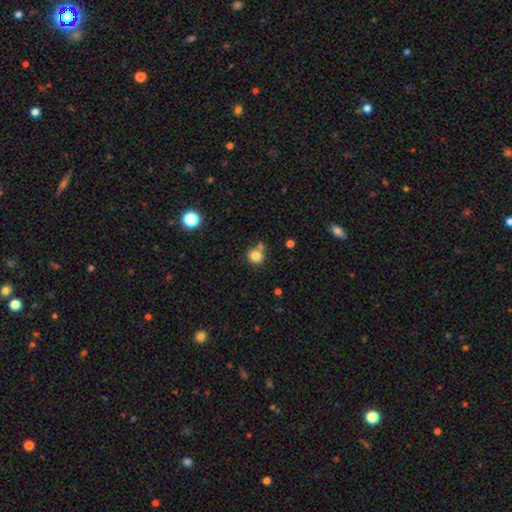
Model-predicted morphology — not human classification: The model was most divided on "merging": none: 63%, merger: 22%, minor disturbance: 12%, major disturbance: 3%. More confident: how rounded — round (88%); smooth or featured — smooth (82%).